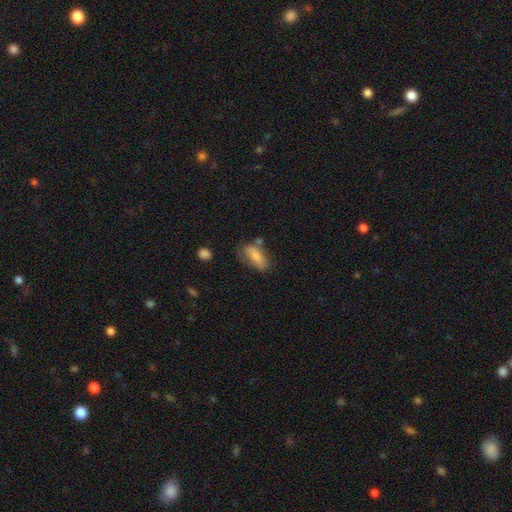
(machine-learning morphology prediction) type=smooth (78%); roundness=in between (83%); merging=none (55%).